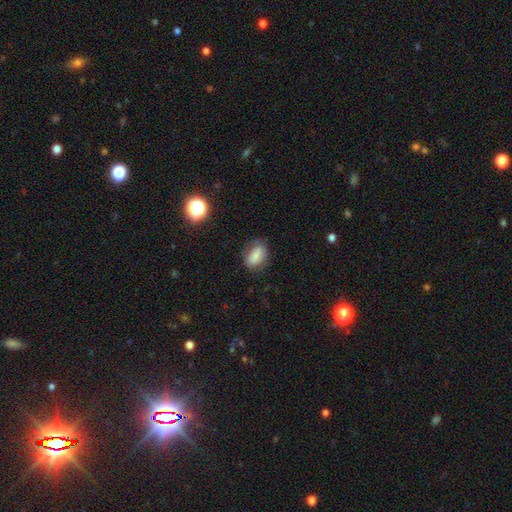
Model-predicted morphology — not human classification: smooth-or-featured: smooth: 74% | featured or disk: 15% | star or artifact: 10%
  how-rounded: in between: 84% | round: 14% | cigar-shaped: 2%
  merging: none: 72% | minor disturbance: 20% | major disturbance: 7% | merger: 1%